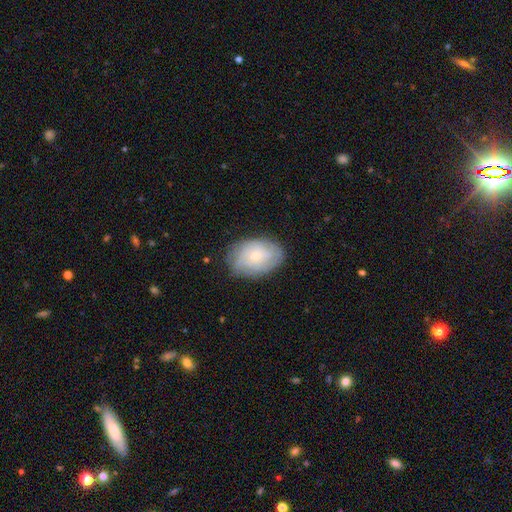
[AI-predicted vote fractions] A smooth galaxy with no disk features (48%). Merging: none (74%).